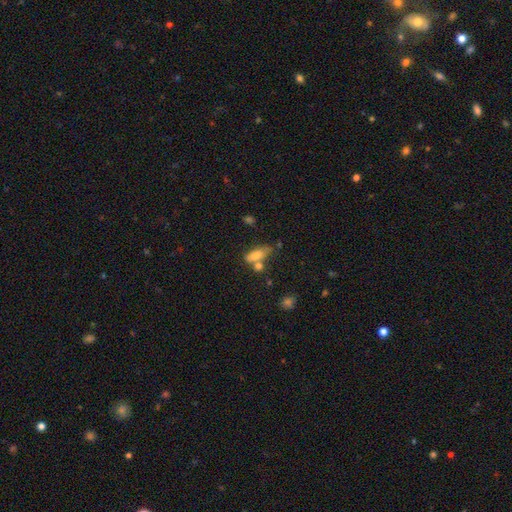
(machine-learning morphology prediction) smooth 75%, featured or disk 16%, star or artifact 9%. Down the decision tree: how rounded — in between (67%); merging — none (42%).